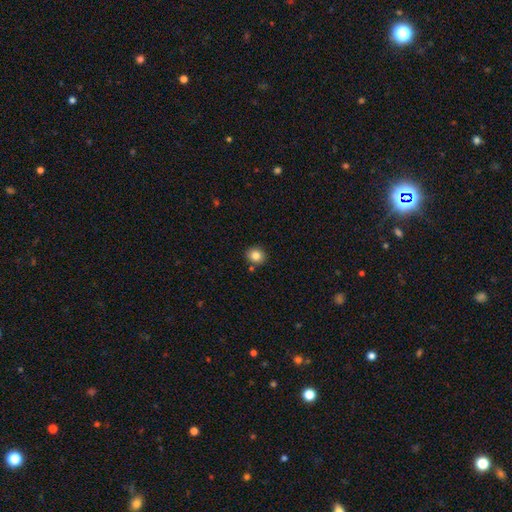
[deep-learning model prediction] A smooth galaxy with no disk features (83%) that is round (81%).

Vote fractions:
- Smooth or featured? smooth: 83% / star or artifact: 10% / featured or disk: 7%
- How rounded? round: 81% / in between: 19% / cigar-shaped: 1%
- Merging? none: 85% / minor disturbance: 8% / merger: 5% / major disturbance: 2%